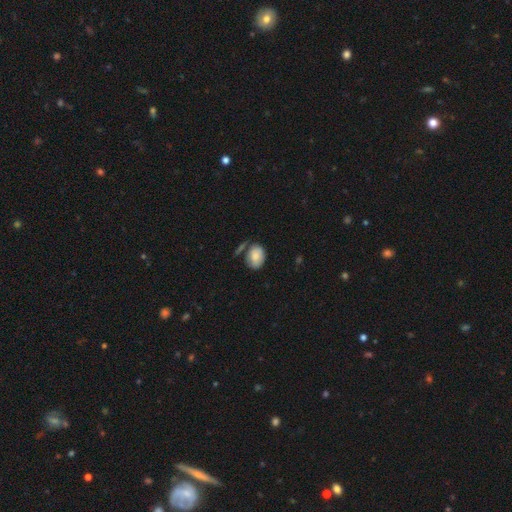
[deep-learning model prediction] Morphology: type=smooth (82%); roundness=in between (76%); merging=none (58%).